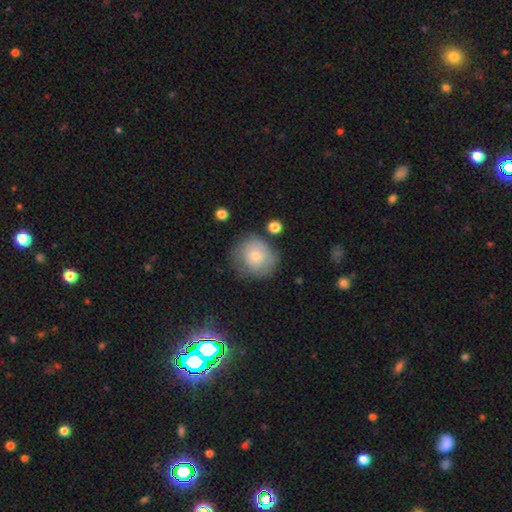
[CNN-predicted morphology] Smooth or featured?
  - smooth: 70% *
  - featured or disk: 23%
  - star or artifact: 8%
How rounded?
  - round: 85% *
  - in between: 14%
  - cigar-shaped: 1%
Merging?
  - none: 65% *
  - minor disturbance: 22%
  - major disturbance: 10%
  - merger: 4%